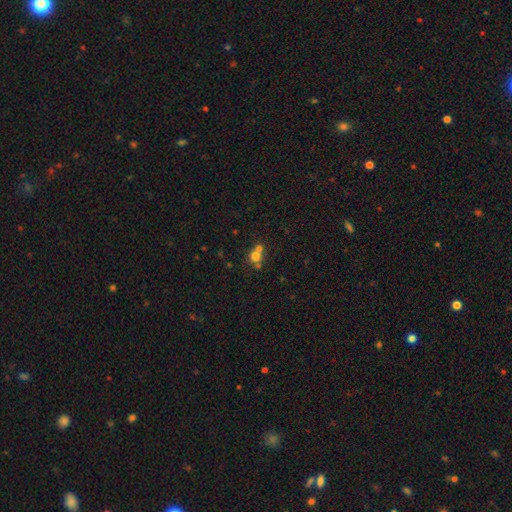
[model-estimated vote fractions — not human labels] smooth_or_featured: smooth (p=0.69) [alt: featured or disk p=0.16]
how_rounded: round (p=0.76) [alt: in between p=0.23]
merging: merger (p=0.53) [alt: none p=0.35]